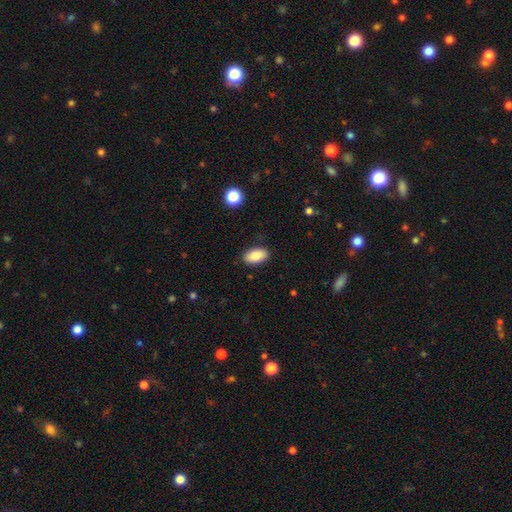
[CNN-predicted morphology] type=smooth (88%); roundness=in between (93%); merging=none (88%).